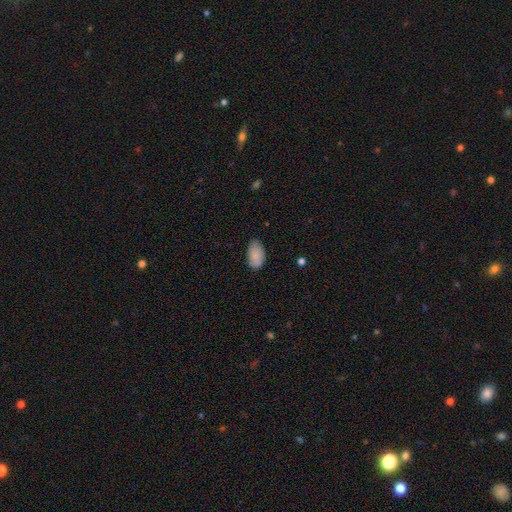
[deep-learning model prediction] This is clearly a smooth galaxy (85%). How rounded: clearly in between (94%). Merging: likely none (72%).